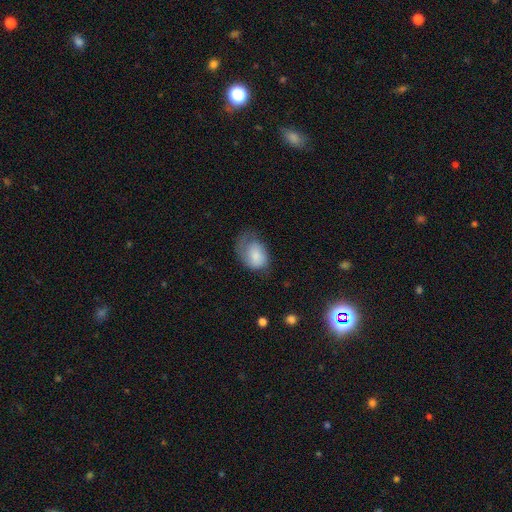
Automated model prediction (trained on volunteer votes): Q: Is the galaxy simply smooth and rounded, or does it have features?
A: smooth — 71%.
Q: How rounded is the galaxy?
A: in between — 75%.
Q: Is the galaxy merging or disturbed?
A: major disturbance — 33%, tied with minor disturbance.